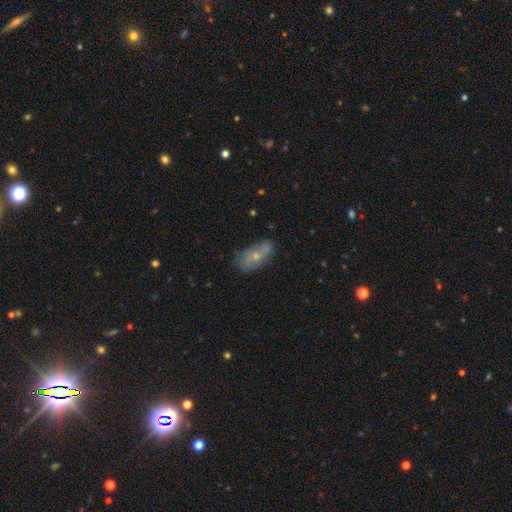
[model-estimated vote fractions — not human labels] smooth 51%, featured or disk 40%, star or artifact 9%. Down the decision tree: how rounded — in between (83%); merging — none (57%).